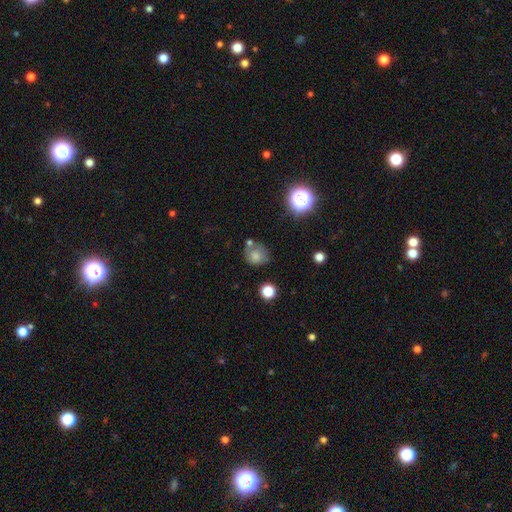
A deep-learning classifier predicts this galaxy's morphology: Q: Smooth or featured?
A: smooth (70%); runner-up: star or artifact (15%)
Q: How rounded?
A: round (78%); runner-up: in between (20%)
Q: Merging?
A: none (54%); runner-up: minor disturbance (22%)